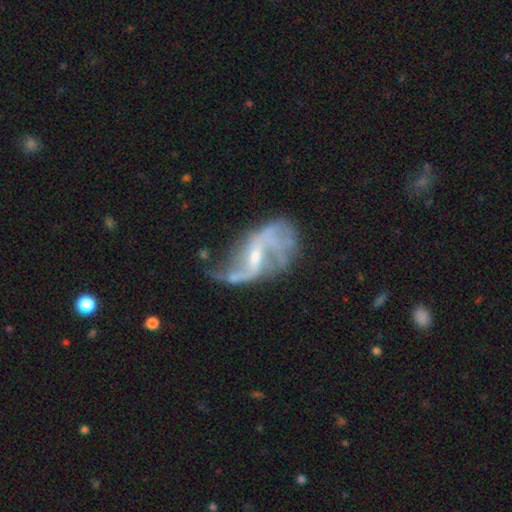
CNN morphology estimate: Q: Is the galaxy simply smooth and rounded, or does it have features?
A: featured or disk — 85%.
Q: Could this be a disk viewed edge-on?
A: no — 97%.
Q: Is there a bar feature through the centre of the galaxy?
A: weak — 50%.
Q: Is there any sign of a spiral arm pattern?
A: yes — 88%.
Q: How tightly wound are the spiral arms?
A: loose — 78%.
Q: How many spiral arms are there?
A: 2 — 69%.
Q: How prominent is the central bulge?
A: small — 63%.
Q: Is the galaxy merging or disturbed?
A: none — 38%.